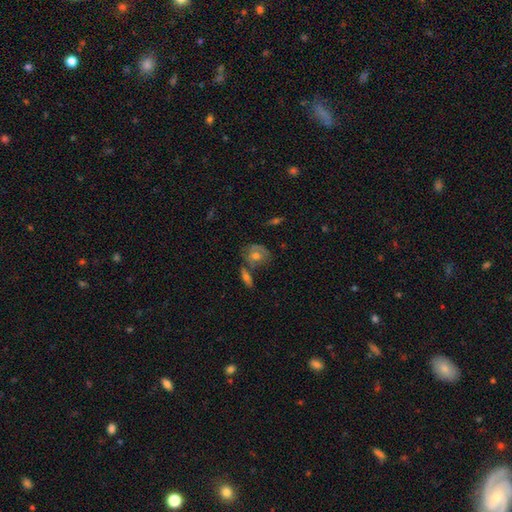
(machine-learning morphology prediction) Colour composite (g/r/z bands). It shows a featured or disk galaxy (50%). Merging: none (53%).